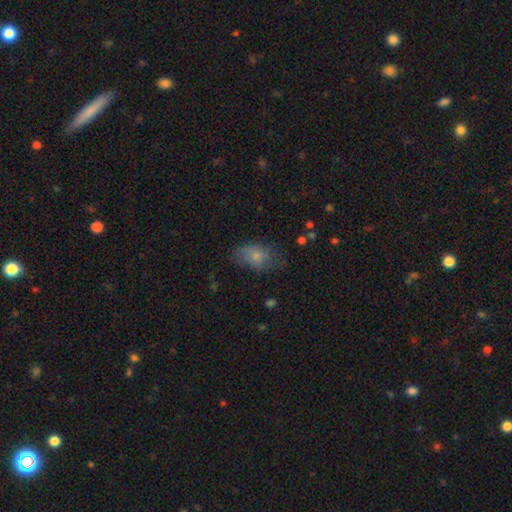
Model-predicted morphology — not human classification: Smooth or featured? smooth (75%)
How rounded? in between (84%)
Merging? none (54%)